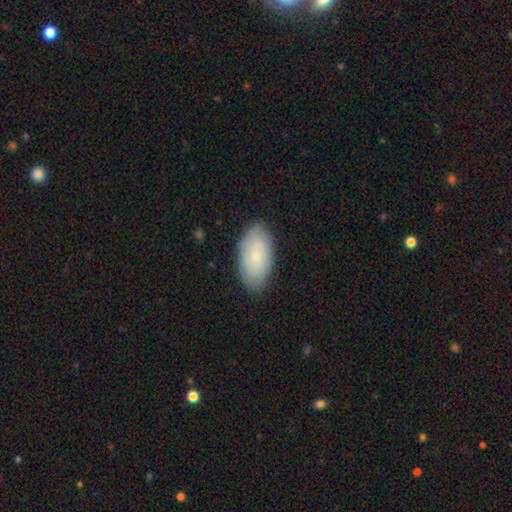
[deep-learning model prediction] The model was most divided on "smooth or featured": smooth: 66%, featured or disk: 28%, star or artifact: 7%. More confident: how rounded — in between (94%); merging — none (83%).